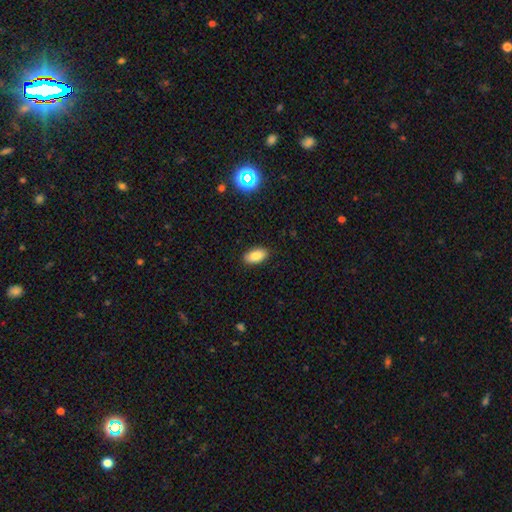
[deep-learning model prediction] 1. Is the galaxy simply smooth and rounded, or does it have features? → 83% smooth, 9% star or artifact, 8% featured or disk.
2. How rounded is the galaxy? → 92% in between, 4% round, 3% cigar-shaped.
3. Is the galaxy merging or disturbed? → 89% none, 8% minor disturbance, 2% major disturbance, 1% merger.